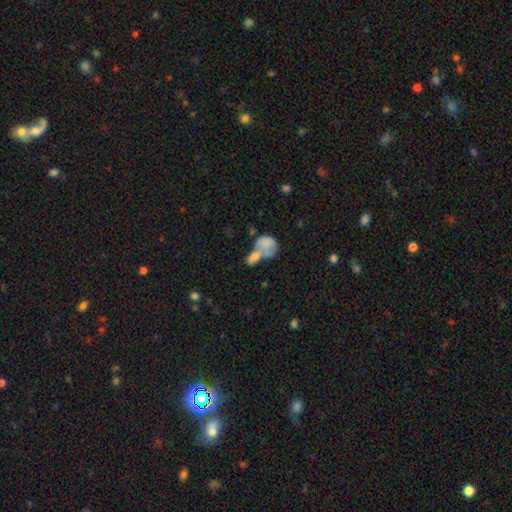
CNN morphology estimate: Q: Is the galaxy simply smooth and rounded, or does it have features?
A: smooth — 63%.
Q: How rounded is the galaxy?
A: in between — 65%.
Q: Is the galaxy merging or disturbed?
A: merger — 64%.